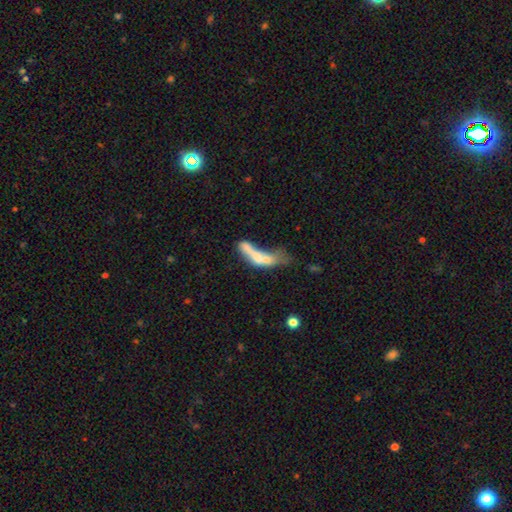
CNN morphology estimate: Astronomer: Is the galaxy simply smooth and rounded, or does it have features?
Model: smooth — 52% (runner-up: featured or disk, 38%).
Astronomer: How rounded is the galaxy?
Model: cigar-shaped — 56% (runner-up: in between, 40%).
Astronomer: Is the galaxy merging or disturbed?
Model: merger — 48% (runner-up: major disturbance, 26%).